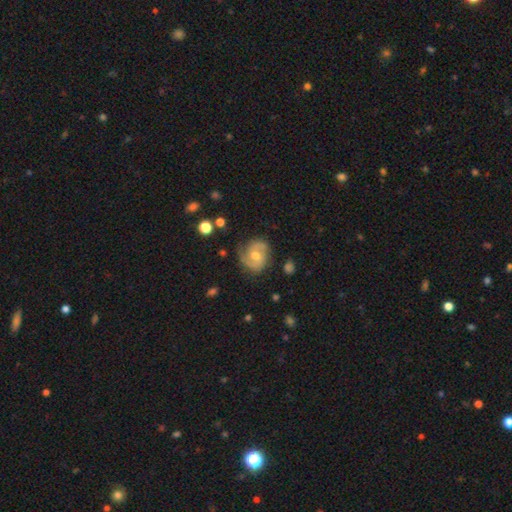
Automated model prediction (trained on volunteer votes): featured or disk 81%, smooth 13%, star or artifact 6%. Down the decision tree: edge-on disk — no (98%); bar — no (55%); spiral arms — yes (95%); spiral arm count — 2 (84%); spiral winding — medium (47%); bulge size — moderate (67%); merging — none (76%).